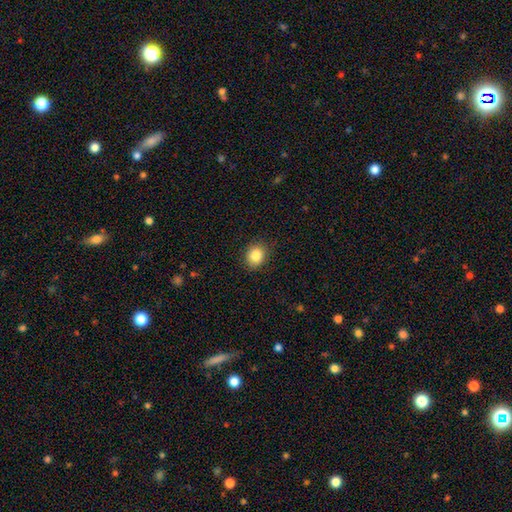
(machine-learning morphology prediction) A smooth galaxy with no disk features (85%) that is round (61%).

Vote fractions:
- Smooth or featured? smooth: 85% / star or artifact: 9% / featured or disk: 5%
- How rounded? round: 61% / in between: 38% / cigar-shaped: 1%
- Merging? none: 87% / minor disturbance: 9% / major disturbance: 3% / merger: 1%